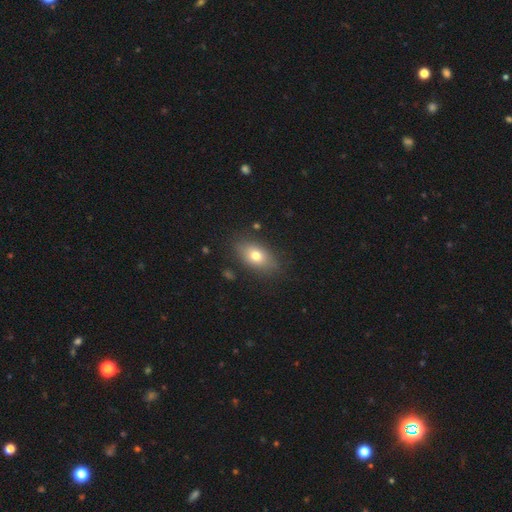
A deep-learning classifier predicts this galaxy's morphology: smooth 73%, featured or disk 18%, star or artifact 9%. Down the decision tree: how rounded — in between (85%); merging — none (82%).